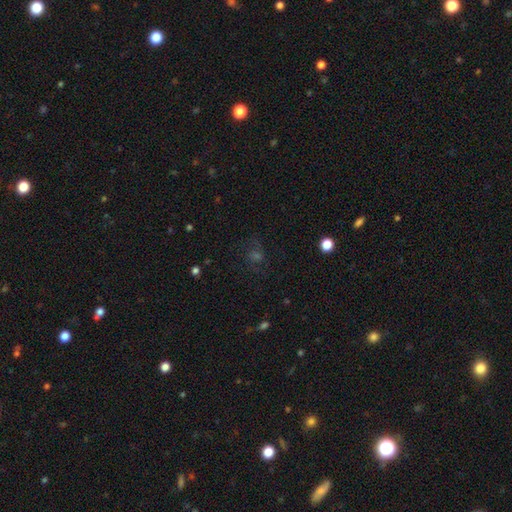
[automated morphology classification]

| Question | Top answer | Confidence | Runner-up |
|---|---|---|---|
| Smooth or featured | star or artifact | 43% | smooth (35%) |